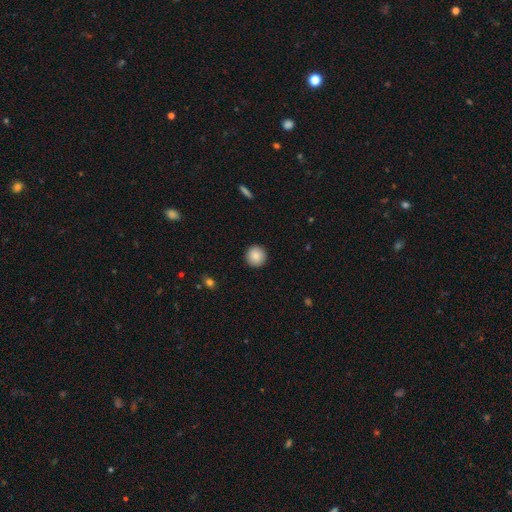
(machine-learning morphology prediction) smooth_or_featured: smooth (p=0.88) [alt: star or artifact p=0.08]
how_rounded: round (p=0.95) [alt: in between p=0.04]
merging: none (p=0.92) [alt: minor disturbance p=0.05]